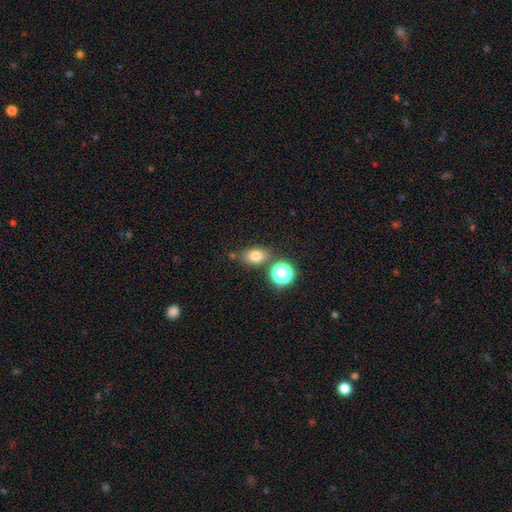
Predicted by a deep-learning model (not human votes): Smooth or featured? Predicted: smooth (p=0.77). How rounded? Predicted: in between (p=0.72). Merging? Predicted: none (p=0.72).